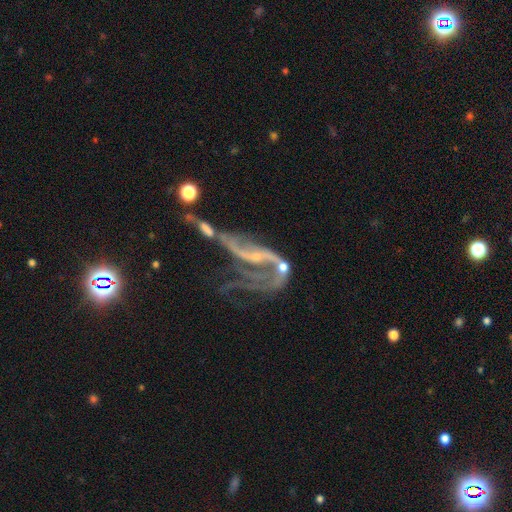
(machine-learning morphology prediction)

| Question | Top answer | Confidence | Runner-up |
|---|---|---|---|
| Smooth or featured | featured or disk | 77% | star or artifact (14%) |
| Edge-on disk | no | 93% | yes (7%) |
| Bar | no | 50% | weak (31%) |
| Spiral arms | yes | 76% | no (24%) |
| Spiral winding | loose | 74% | medium (19%) |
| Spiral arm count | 2 | 55% | can't tell (16%) |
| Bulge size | small | 50% | none (37%) |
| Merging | major disturbance | 40% | merger (31%) |